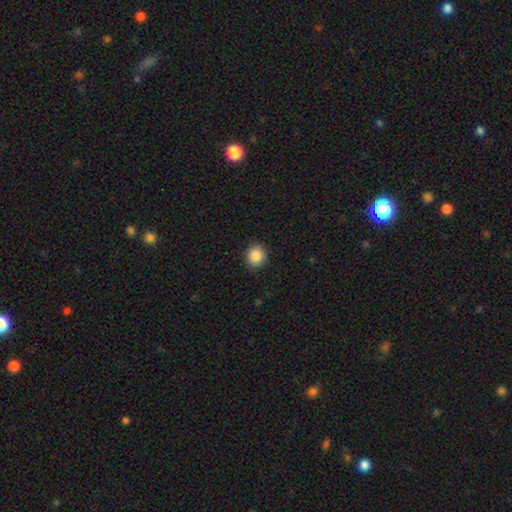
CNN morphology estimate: This appears to be a smooth galaxy with no disk features (88%) that is round (87%). Merging: none (90%).